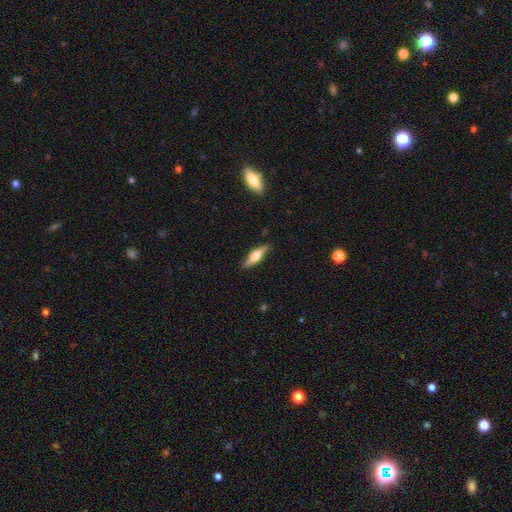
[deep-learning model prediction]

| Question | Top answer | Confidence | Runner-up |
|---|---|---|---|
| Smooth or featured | featured or disk | 54% | smooth (40%) |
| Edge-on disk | yes | 87% | no (13%) |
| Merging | none | 82% | minor disturbance (14%) |